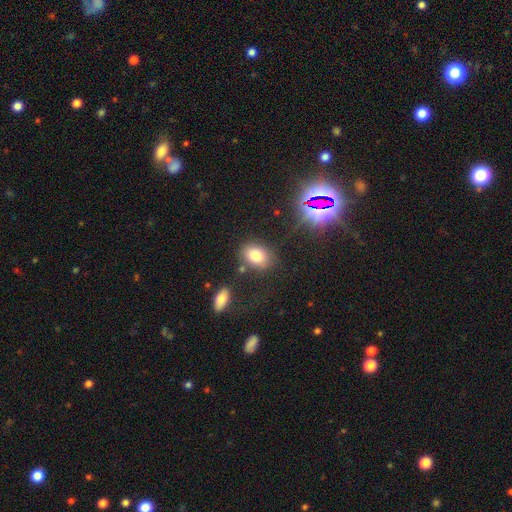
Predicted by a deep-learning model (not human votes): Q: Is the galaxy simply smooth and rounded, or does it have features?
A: smooth — 77%.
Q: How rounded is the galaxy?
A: in between — 71%.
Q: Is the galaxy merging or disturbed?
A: none — 77%.